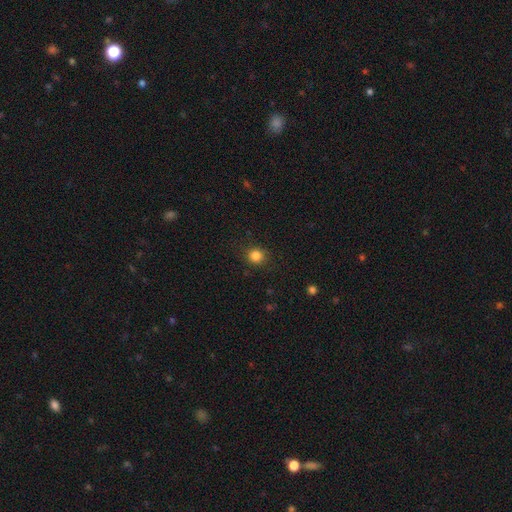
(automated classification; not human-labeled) A smooth galaxy with no disk features (84%) that is round (88%).

Vote fractions:
- Smooth or featured? smooth: 84% / star or artifact: 12% / featured or disk: 4%
- How rounded? round: 88% / in between: 11% / cigar-shaped: 1%
- Merging? none: 88% / minor disturbance: 8% / major disturbance: 3% / merger: 1%